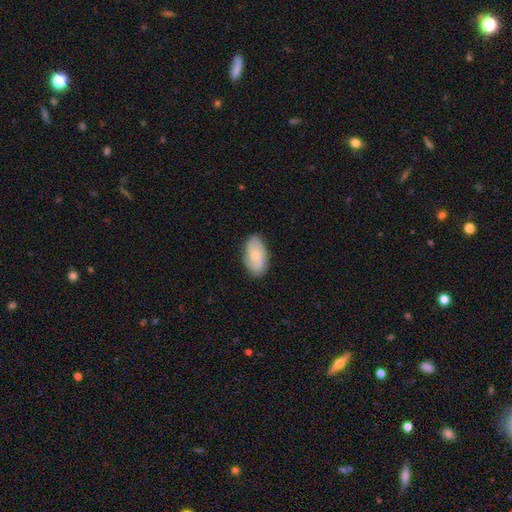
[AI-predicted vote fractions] This is likely a smooth galaxy (61%). How rounded: clearly in between (93%). Merging: clearly none (82%).